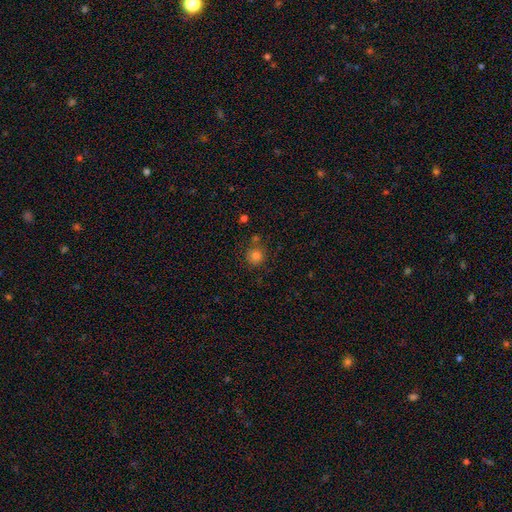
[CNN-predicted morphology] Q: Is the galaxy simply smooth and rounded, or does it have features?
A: smooth — 81%.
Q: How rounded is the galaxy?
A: round — 90%.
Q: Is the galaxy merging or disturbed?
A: none — 74%.